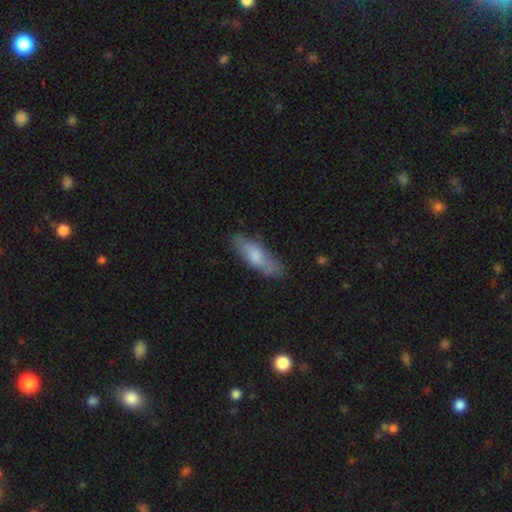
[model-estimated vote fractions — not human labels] This appears to be a smooth galaxy with no disk features (71%) that is in between round and cigar-shaped (51%). Merging: none (71%).